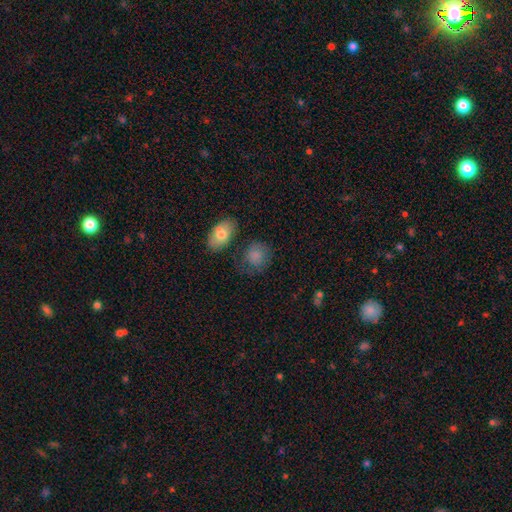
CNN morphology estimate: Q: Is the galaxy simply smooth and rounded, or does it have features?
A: smooth — 82%.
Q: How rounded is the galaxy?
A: round — 67%.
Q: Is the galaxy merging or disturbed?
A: none — 62%.